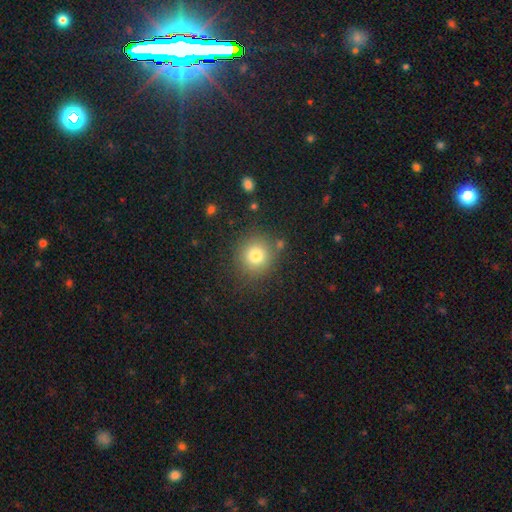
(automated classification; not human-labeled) smooth-or-featured: smooth: 78% | star or artifact: 13% | featured or disk: 9%
  how-rounded: round: 90% | in between: 9% | cigar-shaped: 1%
  merging: none: 82% | minor disturbance: 10% | merger: 4% | major disturbance: 4%